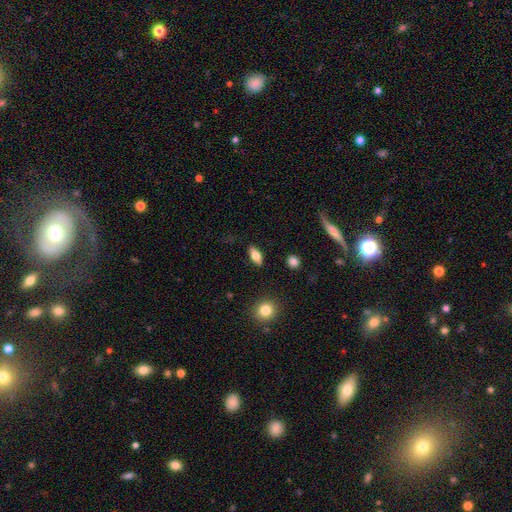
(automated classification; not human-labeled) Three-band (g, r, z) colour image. It shows a smooth galaxy with no disk features (70%) that is in between round and cigar-shaped (79%). Merging: none (87%).